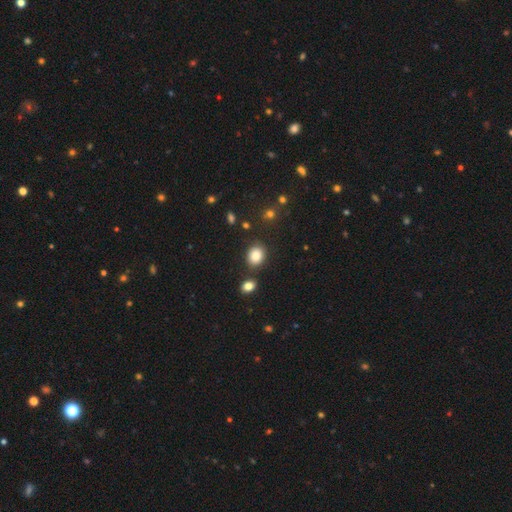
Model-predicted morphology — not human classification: smooth_or_featured: smooth (p=0.84) [alt: star or artifact p=0.10]
how_rounded: round (p=0.53) [alt: in between p=0.46]
merging: none (p=0.80) [alt: minor disturbance p=0.10]